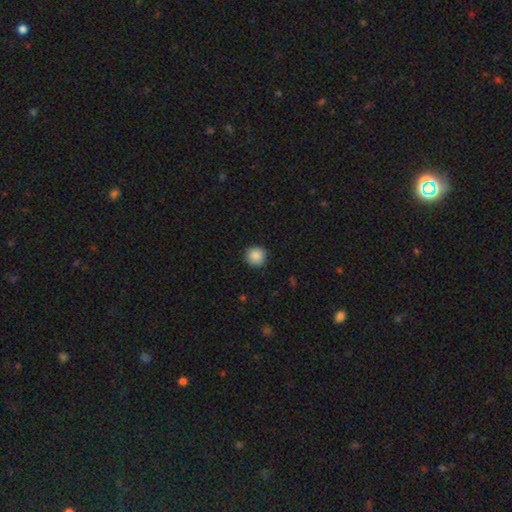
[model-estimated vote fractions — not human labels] Q: Smooth or featured?
A: smooth (88%); runner-up: star or artifact (8%)
Q: How rounded?
A: round (95%); runner-up: in between (4%)
Q: Merging?
A: none (92%); runner-up: minor disturbance (5%)